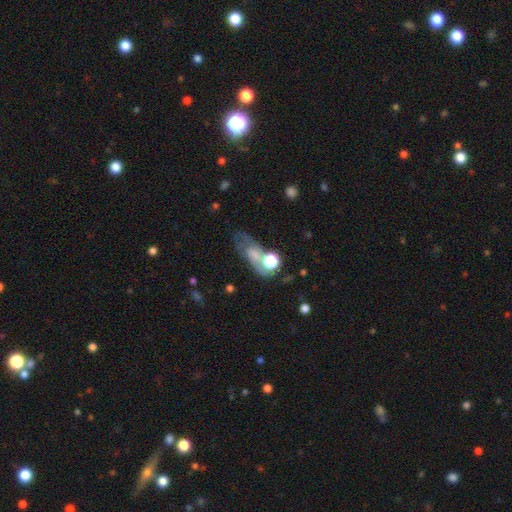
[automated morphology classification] Overall: smooth (46%; featured or disk 37%). Merging: none (47%; minor disturbance 21%).